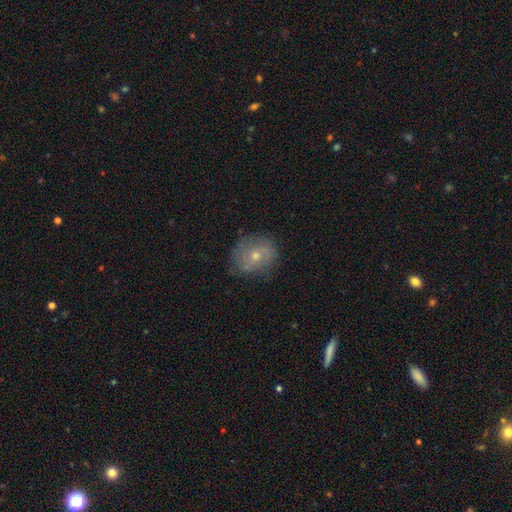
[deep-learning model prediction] Smooth or featured?
  - featured or disk: 45% *
  - smooth: 43%
  - star or artifact: 12%
Merging?
  - none: 74% *
  - minor disturbance: 18%
  - major disturbance: 6%
  - merger: 1%